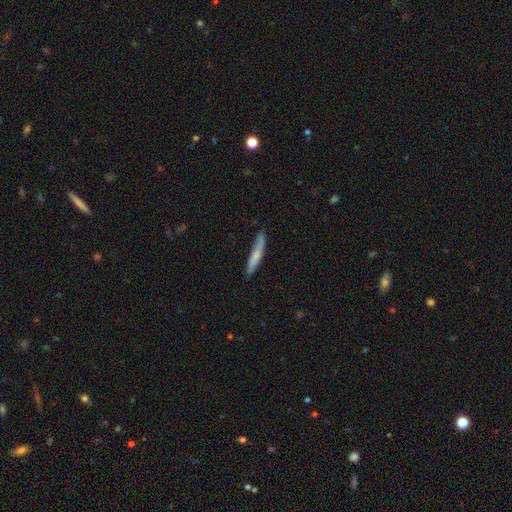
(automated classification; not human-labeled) A smooth galaxy with no disk features (62%) that is cigar-shaped (94%). Merging: none (78%).